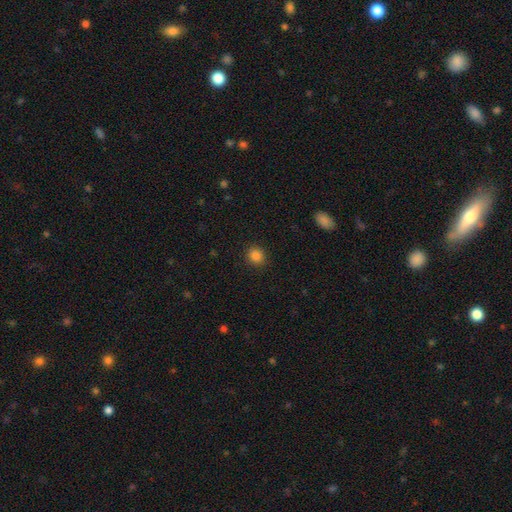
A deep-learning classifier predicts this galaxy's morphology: A smooth galaxy with no disk features (85%) that is round (85%). Merging: none (90%).